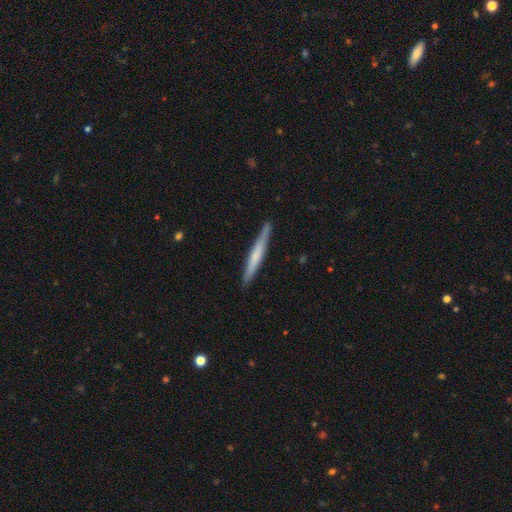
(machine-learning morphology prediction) This is possibly a smooth galaxy (50%). How rounded: clearly cigar-shaped (96%). Merging: clearly none (90%).